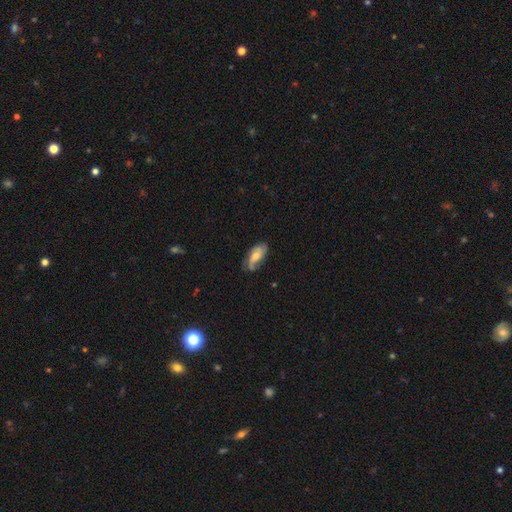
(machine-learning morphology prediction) A featured or disk galaxy (55%). Merging: none (64%).